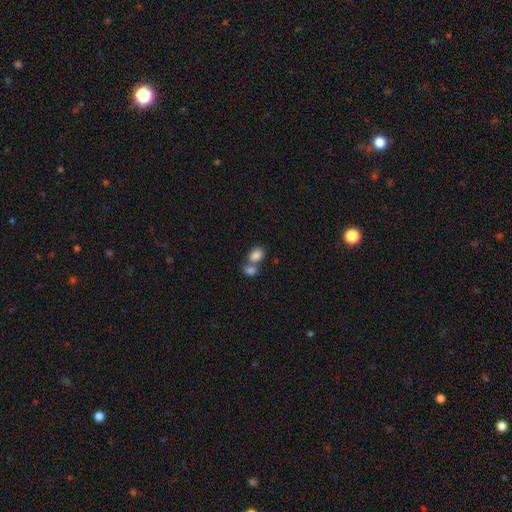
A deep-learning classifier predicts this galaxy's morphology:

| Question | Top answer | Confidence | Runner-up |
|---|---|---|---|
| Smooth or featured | smooth | 84% | star or artifact (8%) |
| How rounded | in between | 72% | round (27%) |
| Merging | merger | 57% | none (32%) |